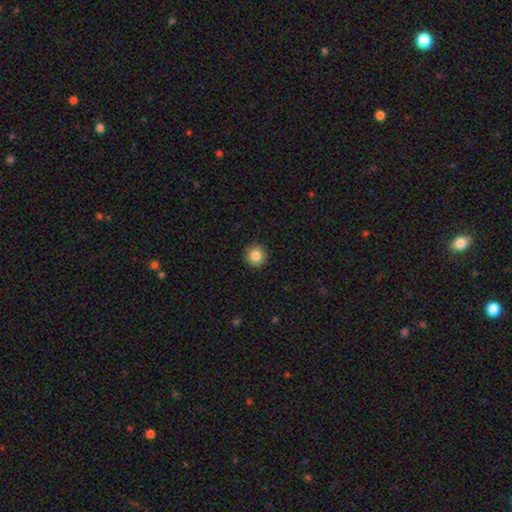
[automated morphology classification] A smooth galaxy with no disk features (85%) that is round (95%).

Vote fractions:
- Smooth or featured? smooth: 85% / star or artifact: 10% / featured or disk: 6%
- How rounded? round: 95% / in between: 4% / cigar-shaped: 1%
- Merging? none: 93% / minor disturbance: 4% / major disturbance: 1% / merger: 1%